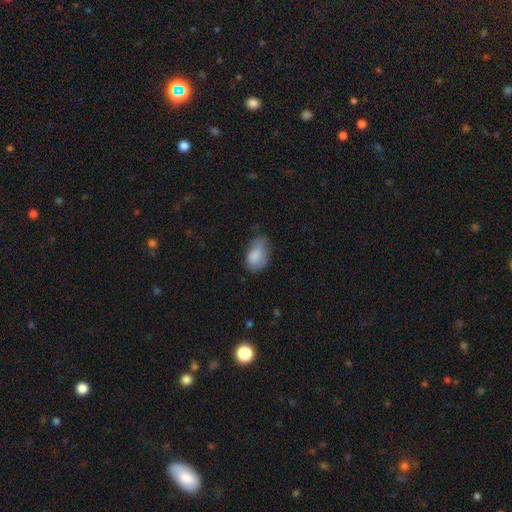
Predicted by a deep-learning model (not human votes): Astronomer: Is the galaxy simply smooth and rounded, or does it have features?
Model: smooth — 81%.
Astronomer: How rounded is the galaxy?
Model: in between — 87%.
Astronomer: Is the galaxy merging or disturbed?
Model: none — 43% (runner-up: minor disturbance, 40%).